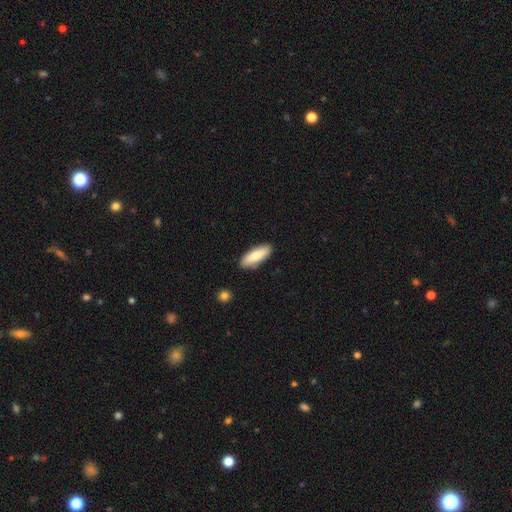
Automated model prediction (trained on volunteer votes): Morphology: type=smooth (77%); roundness=in between (61%); merging=none (87%).